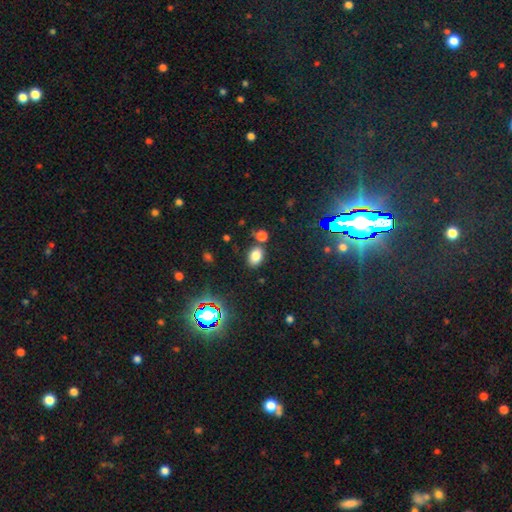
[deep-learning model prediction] smooth 79%, star or artifact 14%, featured or disk 7%. Down the decision tree: how rounded — in between (78%); merging — none (75%).